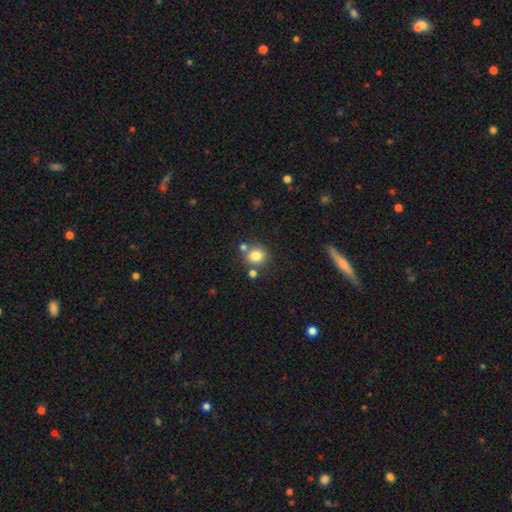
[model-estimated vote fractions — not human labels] Smooth or featured? smooth (81%)
How rounded? round (84%)
Merging? none (69%)